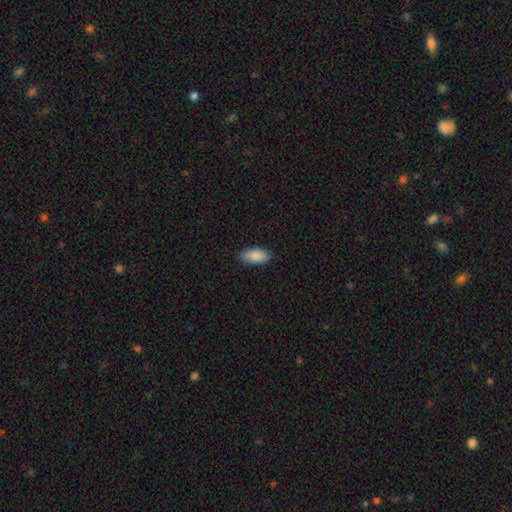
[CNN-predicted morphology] The model was most divided on "merging": none: 86%, minor disturbance: 11%, major disturbance: 2%, merger: 1%. More confident: how rounded — in between (92%); smooth or featured — smooth (89%).